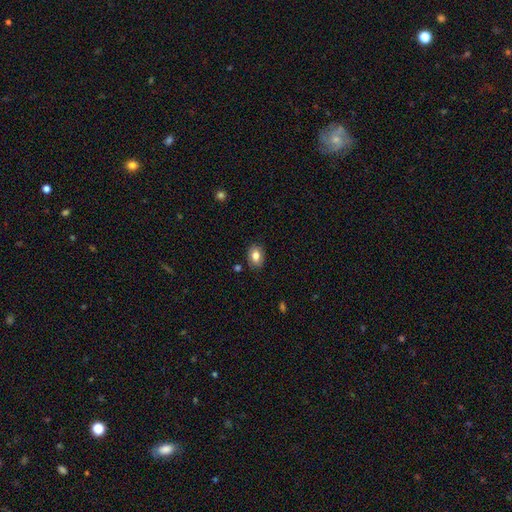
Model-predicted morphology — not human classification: smooth 79%, featured or disk 13%, star or artifact 9%. Down the decision tree: how rounded — in between (74%); merging — none (84%).